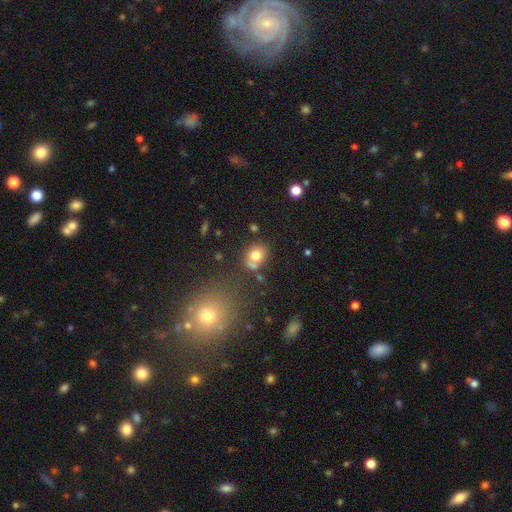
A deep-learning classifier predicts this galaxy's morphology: The model was most divided on "how rounded": round: 61%, in between: 38%, cigar-shaped: 1%. More confident: smooth or featured — smooth (76%); merging — none (57%).